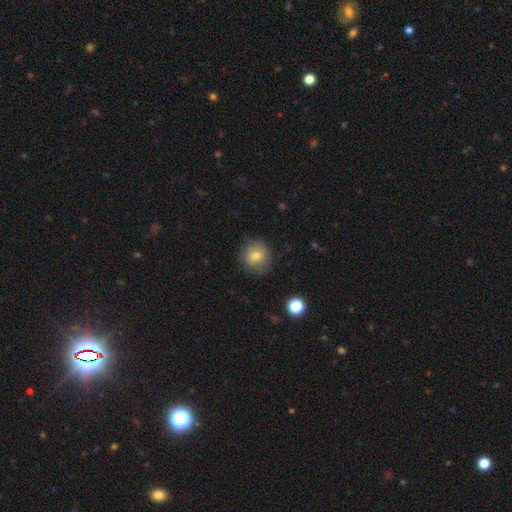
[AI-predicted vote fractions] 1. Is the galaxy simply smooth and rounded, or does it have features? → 76% smooth, 14% featured or disk, 10% star or artifact.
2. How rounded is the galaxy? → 89% round, 10% in between, 1% cigar-shaped.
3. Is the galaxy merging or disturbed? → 81% none, 14% minor disturbance, 4% major disturbance, 1% merger.